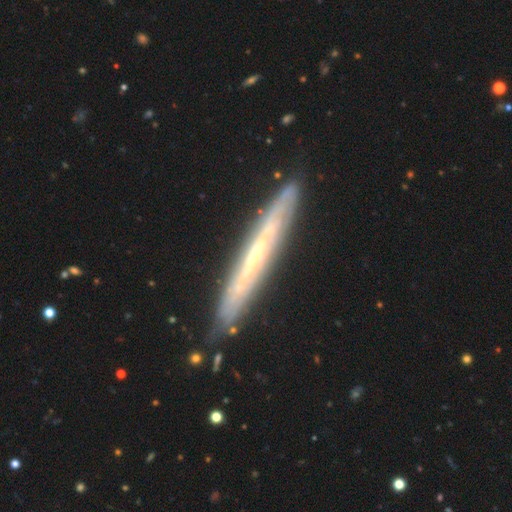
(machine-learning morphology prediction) Smooth or featured? featured or disk (72%)
Edge-on disk? yes (84%)
Edge-on bulge? none (69%)
Merging? none (86%)